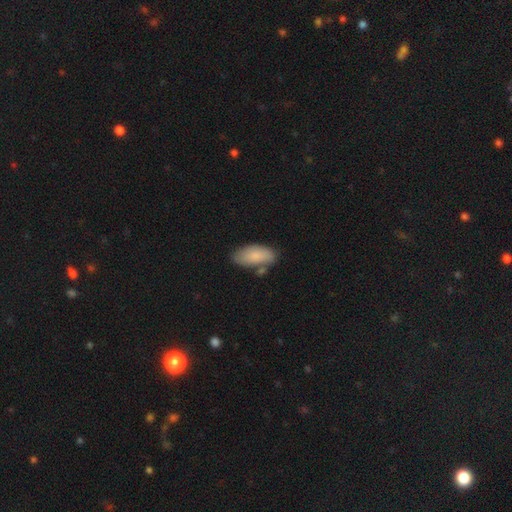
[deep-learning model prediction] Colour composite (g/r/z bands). It shows a smooth galaxy with no disk features (82%) that is in between round and cigar-shaped (91%). Merging: none (65%).